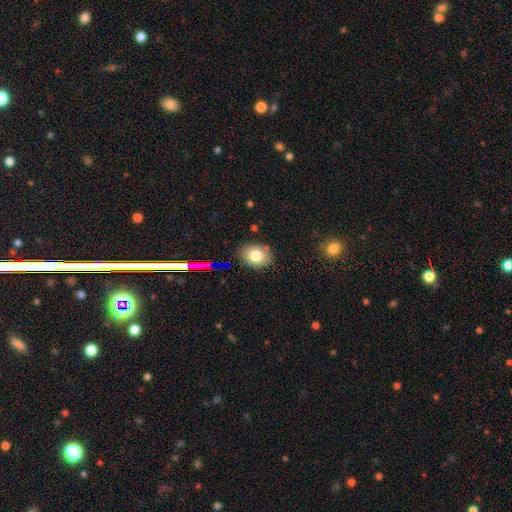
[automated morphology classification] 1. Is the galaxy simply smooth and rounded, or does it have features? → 77% smooth, 12% star or artifact, 11% featured or disk.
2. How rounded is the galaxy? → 55% in between, 44% round, 1% cigar-shaped.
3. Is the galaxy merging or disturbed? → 82% none, 13% minor disturbance, 3% merger, 3% major disturbance.